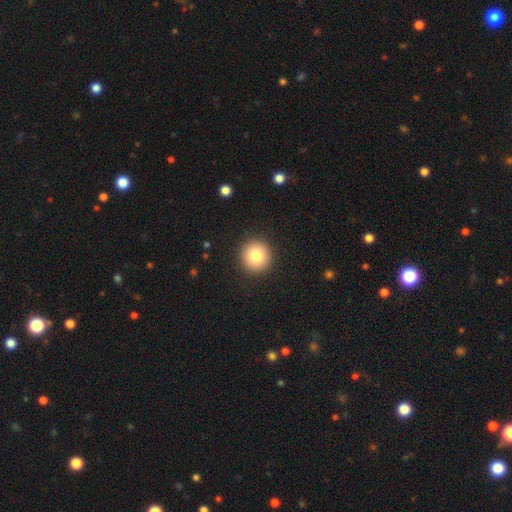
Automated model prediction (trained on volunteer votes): A smooth galaxy with no disk features (83%) that is round (95%).

Vote fractions:
- Smooth or featured? smooth: 83% / star or artifact: 9% / featured or disk: 8%
- How rounded? round: 95% / in between: 4% / cigar-shaped: 1%
- Merging? none: 92% / minor disturbance: 5% / major disturbance: 2% / merger: 1%